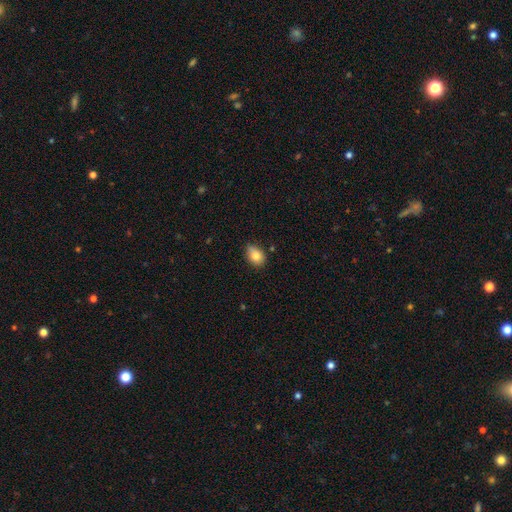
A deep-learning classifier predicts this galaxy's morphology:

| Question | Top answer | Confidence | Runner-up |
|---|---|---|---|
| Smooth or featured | smooth | 82% | star or artifact (9%) |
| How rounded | in between | 69% | round (29%) |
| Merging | none | 60% | minor disturbance (32%) |